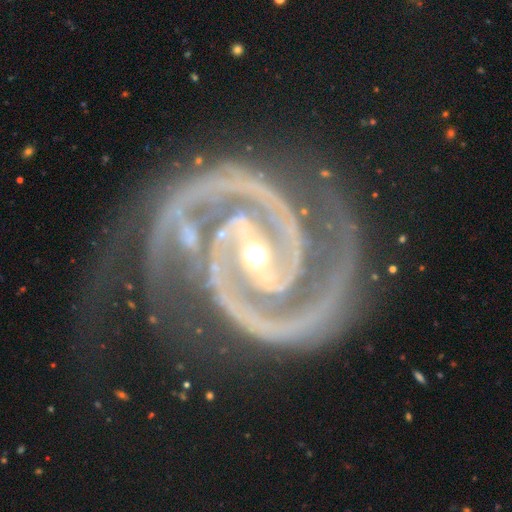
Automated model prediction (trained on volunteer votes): smooth_or_featured: featured or disk (p=0.94) [alt: star or artifact p=0.04]
disk_edge_on: no (p=0.98) [alt: yes p=0.02]
bar: strong (p=0.47) [alt: weak p=0.27]
has_spiral_arms: yes (p=0.99) [alt: no p=0.01]
spiral_winding: tight (p=0.65) [alt: medium p=0.31]
spiral_arm_count: 2 (p=0.92) [alt: 3 p=0.03]
bulge_size: small (p=0.61) [alt: moderate p=0.35]
merging: none (p=0.64) [alt: minor disturbance p=0.22]